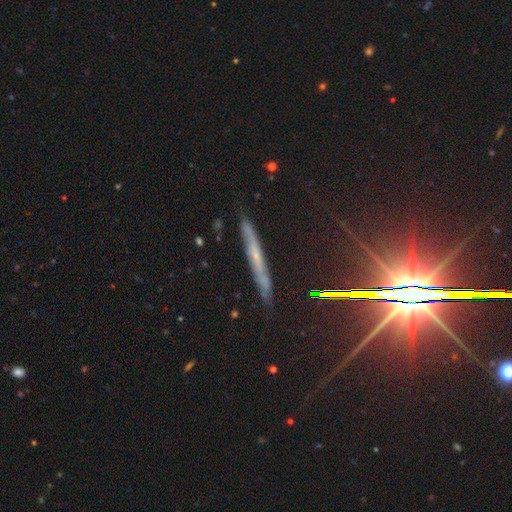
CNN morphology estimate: smooth_or_featured: featured or disk (p=0.55) [alt: smooth p=0.25]
disk_edge_on: yes (p=0.92) [alt: no p=0.08]
edge_on_bulge: none (p=0.63) [alt: rounded p=0.31]
merging: none (p=0.83) [alt: minor disturbance p=0.13]